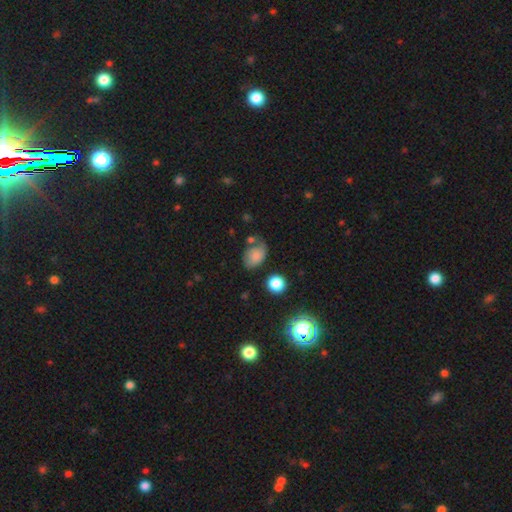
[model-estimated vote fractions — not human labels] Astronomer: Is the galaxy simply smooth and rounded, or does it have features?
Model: smooth — 73%.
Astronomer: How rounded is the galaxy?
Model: in between — 77%.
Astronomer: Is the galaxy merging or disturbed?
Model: none — 46% (runner-up: minor disturbance, 29%).